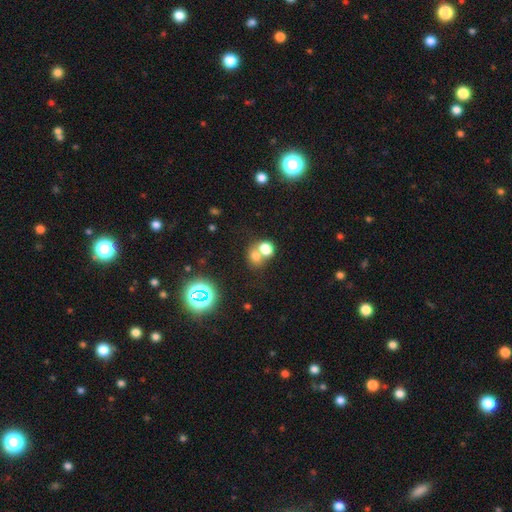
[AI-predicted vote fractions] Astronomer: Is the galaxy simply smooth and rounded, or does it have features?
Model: smooth — 68%.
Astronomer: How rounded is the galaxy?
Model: round — 60% (runner-up: in between, 39%).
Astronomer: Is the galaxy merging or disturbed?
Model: merger — 53% (runner-up: none, 35%).